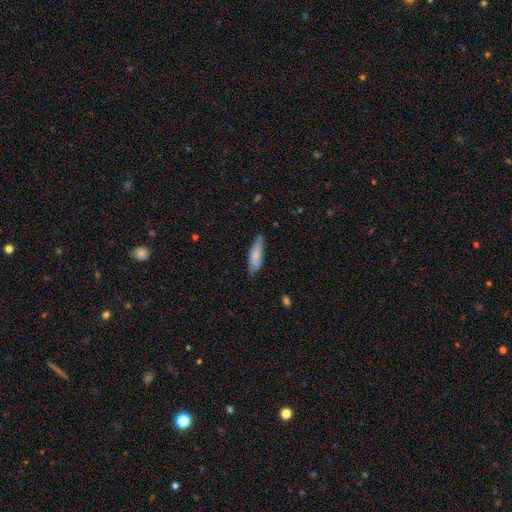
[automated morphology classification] smooth 69%, featured or disk 25%, star or artifact 6%. Down the decision tree: how rounded — cigar-shaped (54%); merging — none (67%).